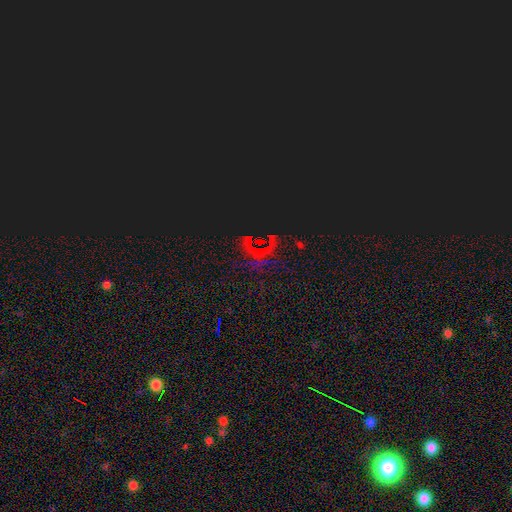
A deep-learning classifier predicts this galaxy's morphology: This is clearly a star or artifact rather than a galaxy (80%).